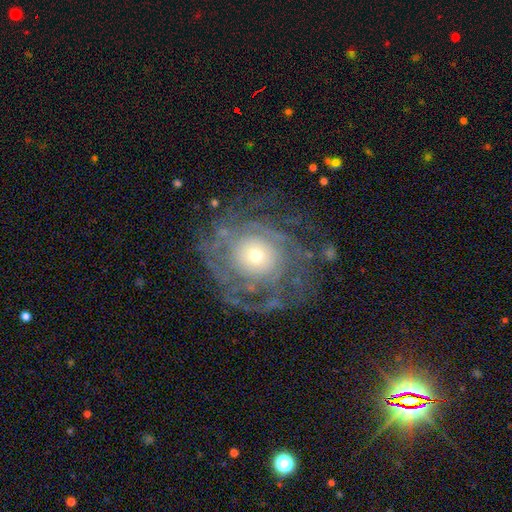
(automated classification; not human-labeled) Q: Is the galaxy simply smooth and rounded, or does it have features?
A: featured or disk — 80%.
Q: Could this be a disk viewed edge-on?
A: no — 97%.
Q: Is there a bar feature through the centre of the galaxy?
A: no — 85%.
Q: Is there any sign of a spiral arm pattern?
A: yes — 88%.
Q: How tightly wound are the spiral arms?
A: tight — 69%.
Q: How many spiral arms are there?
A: can't tell — 40%.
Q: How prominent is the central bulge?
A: small — 59%.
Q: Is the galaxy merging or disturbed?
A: none — 70%.